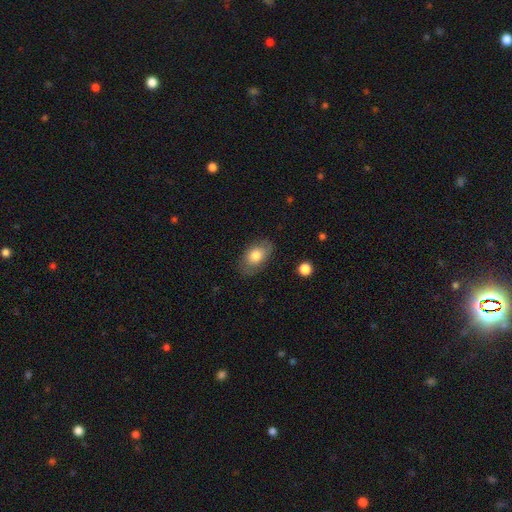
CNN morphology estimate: Smooth or featured?
  - smooth: 76% *
  - featured or disk: 16%
  - star or artifact: 7%
How rounded?
  - in between: 88% *
  - round: 10%
  - cigar-shaped: 2%
Merging?
  - none: 79% *
  - minor disturbance: 16%
  - major disturbance: 4%
  - merger: 1%